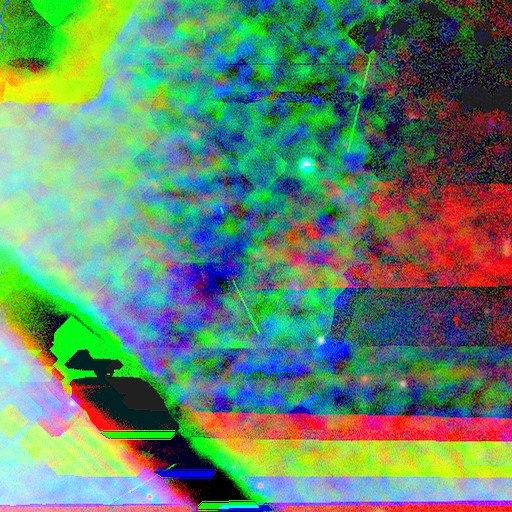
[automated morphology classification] Overall: star or artifact (86%).